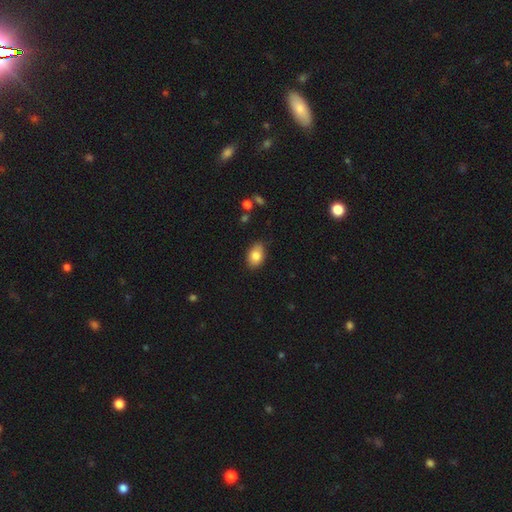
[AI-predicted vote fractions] This appears to be a smooth galaxy with no disk features (83%) that is in between round and cigar-shaped (84%). Merging: none (80%).